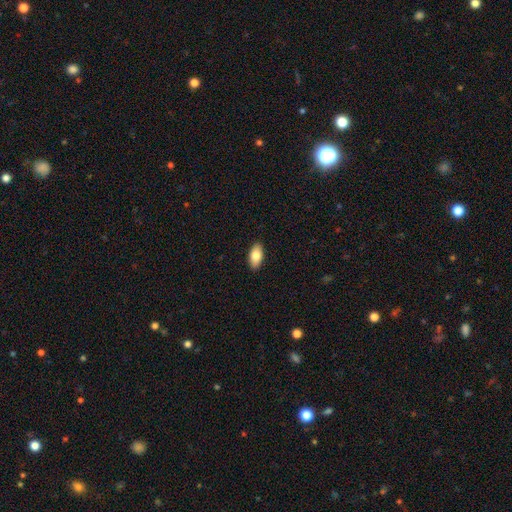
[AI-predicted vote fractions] Overall: smooth (81%). How rounded: in between (93%). Merging: none (91%).